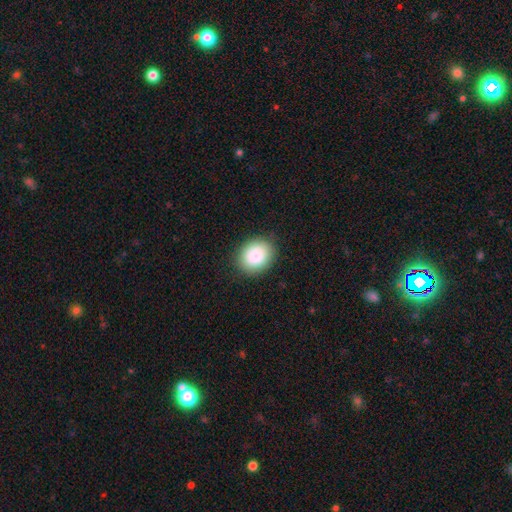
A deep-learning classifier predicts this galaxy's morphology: Q: Smooth or featured?
A: smooth (87%); runner-up: star or artifact (8%)
Q: How rounded?
A: round (50%); runner-up: in between (49%)
Q: Merging?
A: none (88%); runner-up: minor disturbance (9%)